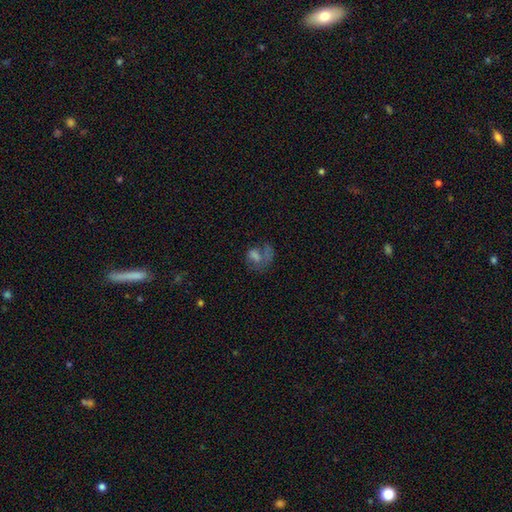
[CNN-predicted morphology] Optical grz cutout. It shows a smooth galaxy with no disk features (40%). Merging: none (36%).